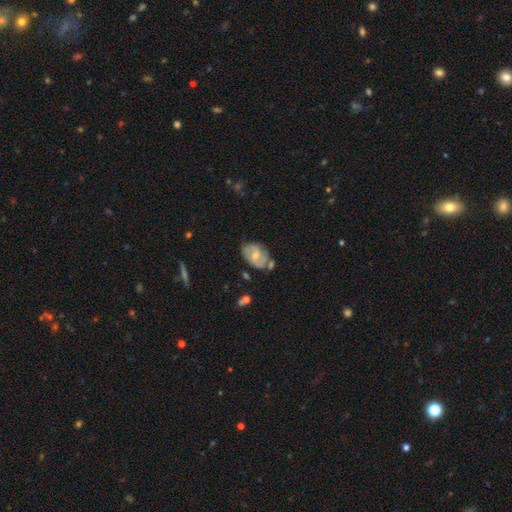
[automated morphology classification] featured or disk 60%, smooth 33%, star or artifact 7%. Down the decision tree: edge-on disk — no (96%); bar — no (46%); spiral arms — yes (78%); bulge size — moderate (53%); merging — none (55%).